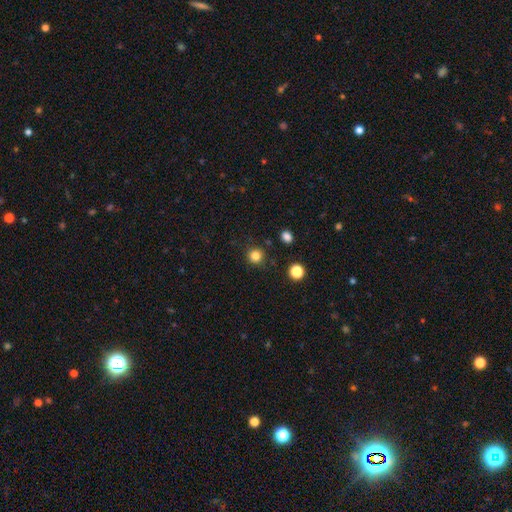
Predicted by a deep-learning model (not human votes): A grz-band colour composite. It shows a smooth galaxy with no disk features (83%) that is round (94%). Merging: none (89%).